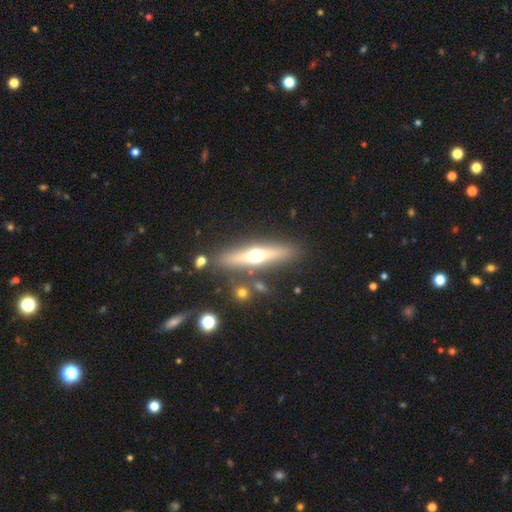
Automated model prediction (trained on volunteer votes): This appears to be a featured or disk galaxy (58%) viewed edge-on (91%) with a rounded central bulge (95%). Merging: none (83%).